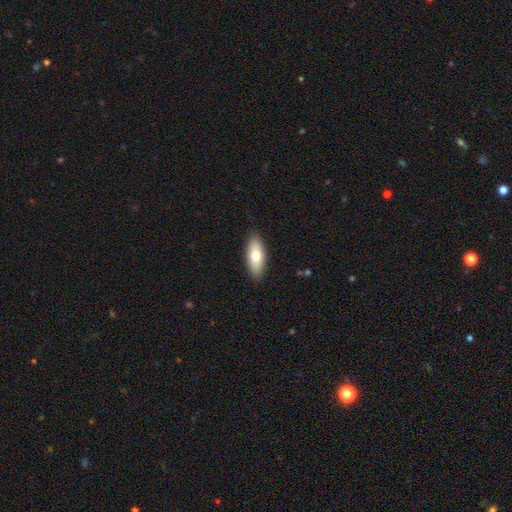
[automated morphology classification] smooth 72%, featured or disk 22%, star or artifact 6%. Down the decision tree: how rounded — in between (79%); merging — none (88%).